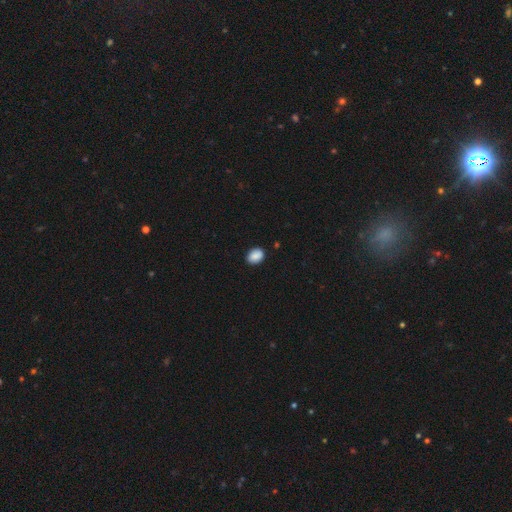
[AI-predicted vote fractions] This is clearly a smooth galaxy (88%). How rounded: likely in between (65%). Merging: clearly none (86%).